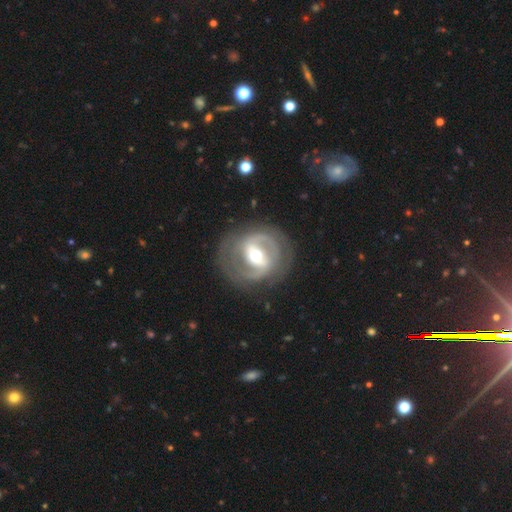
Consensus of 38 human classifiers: Smooth or featured: featured or disk — 76% (smooth — 16%)
Edge-on disk: no — 97% (yes — 3%)
Bar: strong — 57% (weak — 36%)
Spiral arms: yes — 68% (no — 32%)
Spiral winding: tight — 47% (medium — 37%)
Spiral arm count: 2 — 74% (can't tell — 21%)
Bulge size: moderate — 71% (small — 18%)
Merging: none — 80% (minor disturbance — 17%)